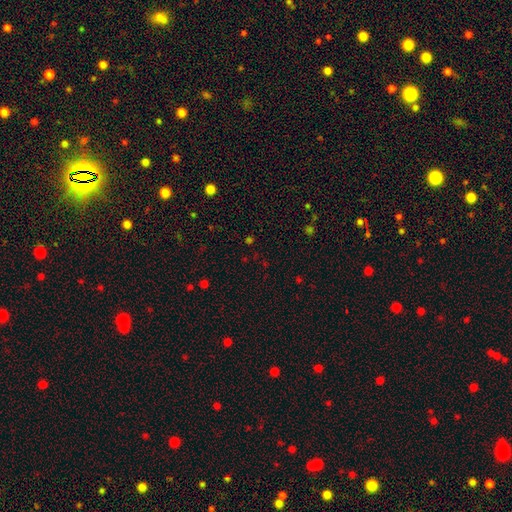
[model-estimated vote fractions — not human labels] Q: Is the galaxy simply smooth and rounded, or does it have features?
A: star or artifact — 56%.